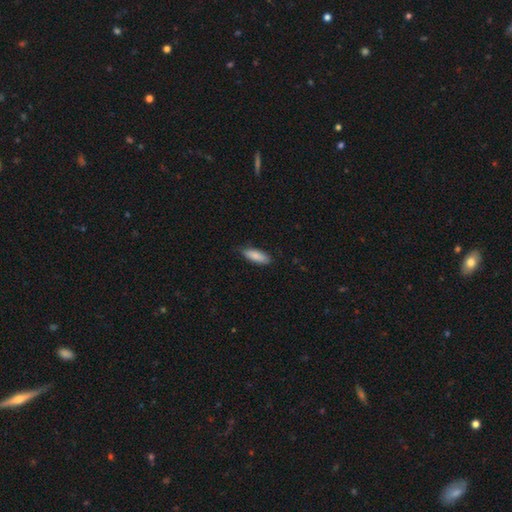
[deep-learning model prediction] smooth_or_featured: smooth (p=0.87) [alt: featured or disk p=0.08]
how_rounded: in between (p=0.67) [alt: cigar-shaped p=0.32]
merging: none (p=0.81) [alt: minor disturbance p=0.16]